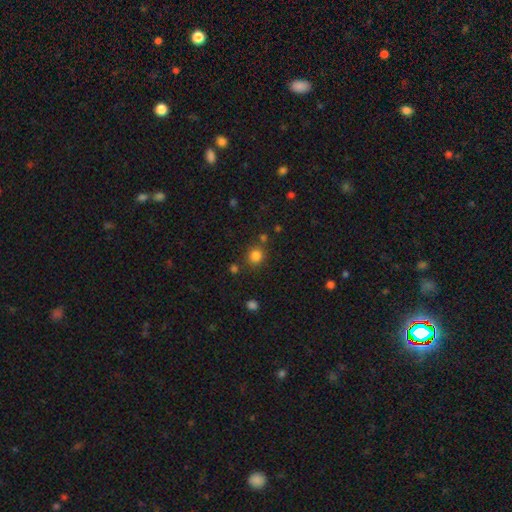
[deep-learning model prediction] Smooth or featured?
  - smooth: 82% *
  - star or artifact: 14%
  - featured or disk: 5%
How rounded?
  - round: 88% *
  - in between: 11%
  - cigar-shaped: 1%
Merging?
  - none: 80% *
  - minor disturbance: 9%
  - merger: 8%
  - major disturbance: 4%